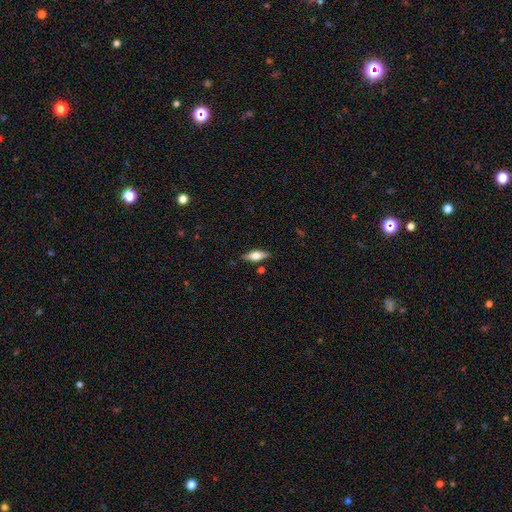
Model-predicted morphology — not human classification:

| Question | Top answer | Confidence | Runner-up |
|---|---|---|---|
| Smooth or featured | smooth | 57% | featured or disk (36%) |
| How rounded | in between | 65% | cigar-shaped (32%) |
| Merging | none | 83% | minor disturbance (12%) |